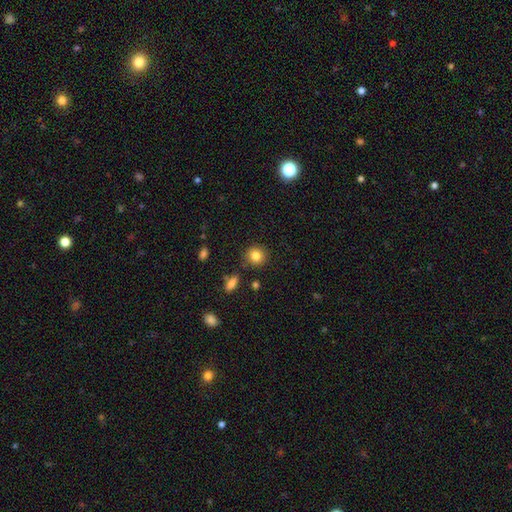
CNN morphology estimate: smooth_or_featured: smooth (p=0.84) [alt: star or artifact p=0.10]
how_rounded: round (p=0.89) [alt: in between p=0.10]
merging: none (p=0.87) [alt: minor disturbance p=0.08]